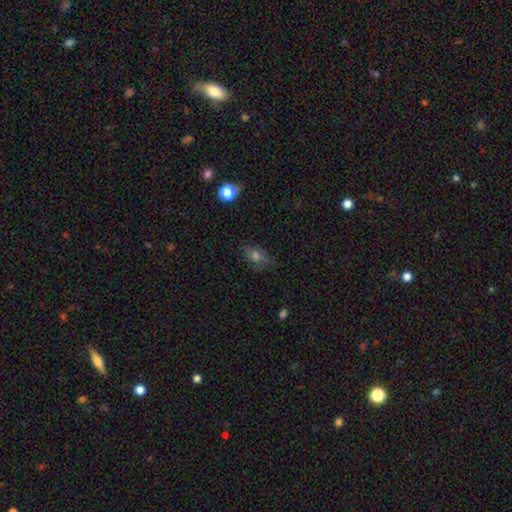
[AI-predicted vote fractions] smooth 64%, featured or disk 18%, star or artifact 17%. Down the decision tree: how rounded — in between (77%); merging — none (74%).